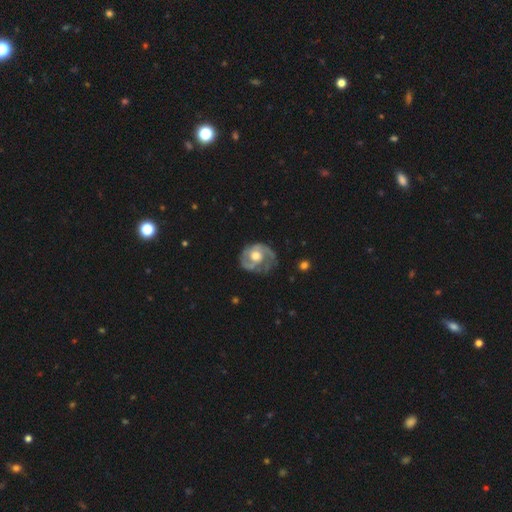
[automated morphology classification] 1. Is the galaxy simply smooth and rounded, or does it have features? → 78% featured or disk, 17% smooth, 5% star or artifact.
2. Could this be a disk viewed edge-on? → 98% no, 2% yes.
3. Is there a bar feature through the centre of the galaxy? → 72% no, 24% weak, 5% strong.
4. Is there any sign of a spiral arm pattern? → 86% yes, 14% no.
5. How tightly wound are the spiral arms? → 43% tight, 41% medium, 16% loose.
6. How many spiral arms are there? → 58% 2, 16% can't tell, 12% 1, 9% 3, 3% 4, 2% more than 4.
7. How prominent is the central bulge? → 55% moderate, 35% large, 6% small, 2% dominant, 2% none.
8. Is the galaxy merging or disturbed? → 59% none, 24% minor disturbance, 16% major disturbance, 2% merger.